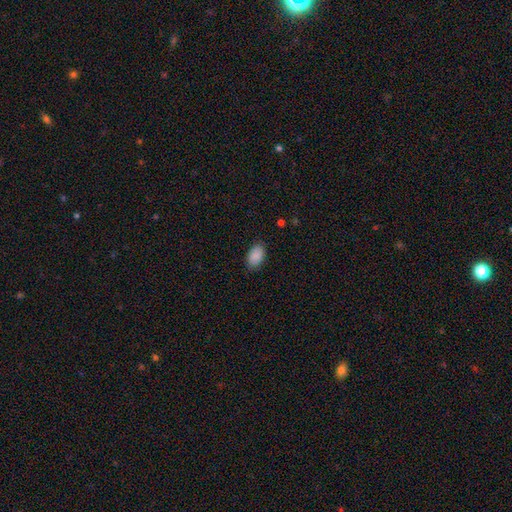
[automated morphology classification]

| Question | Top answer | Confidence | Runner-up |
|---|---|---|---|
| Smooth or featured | smooth | 89% | star or artifact (7%) |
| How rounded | in between | 91% | round (8%) |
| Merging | none | 84% | minor disturbance (12%) |